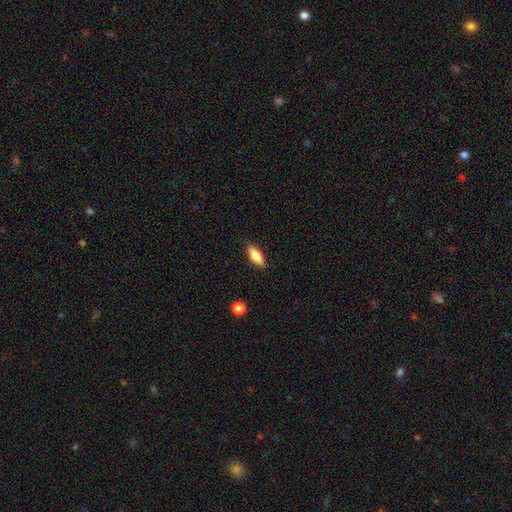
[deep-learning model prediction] Overall: smooth (75%). How rounded: in between (72%). Merging: none (86%).